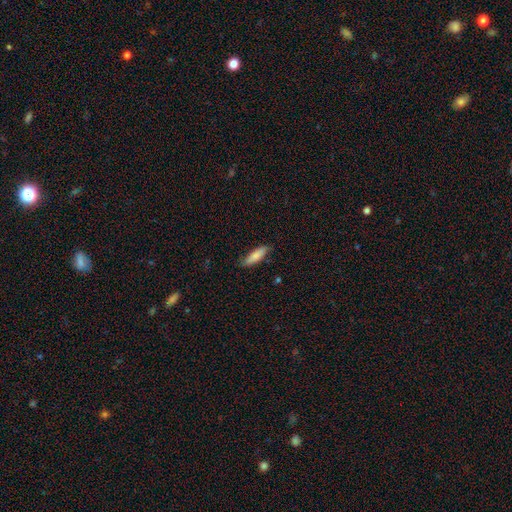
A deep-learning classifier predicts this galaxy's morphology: type=smooth (81%); roundness=cigar-shaped (57%); merging=none (78%).